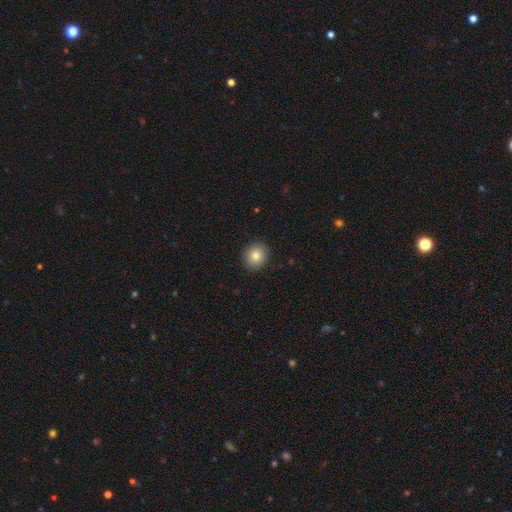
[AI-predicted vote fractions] smooth-or-featured: smooth: 82% | star or artifact: 10% | featured or disk: 8%
  how-rounded: round: 84% | in between: 15% | cigar-shaped: 1%
  merging: none: 91% | minor disturbance: 6% | major disturbance: 2% | merger: 1%